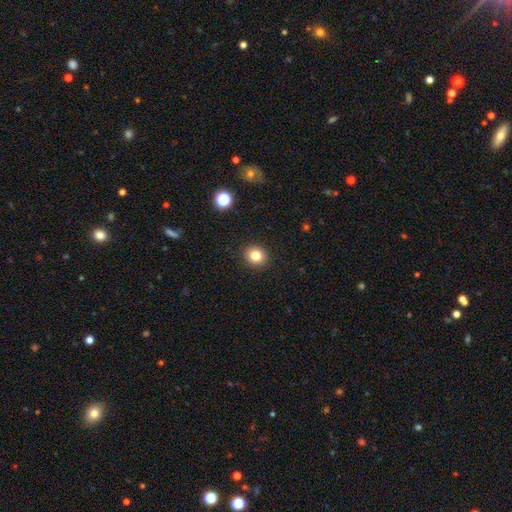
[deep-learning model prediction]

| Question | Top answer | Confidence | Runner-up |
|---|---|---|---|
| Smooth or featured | smooth | 81% | star or artifact (12%) |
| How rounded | round | 77% | in between (22%) |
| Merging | none | 91% | minor disturbance (6%) |